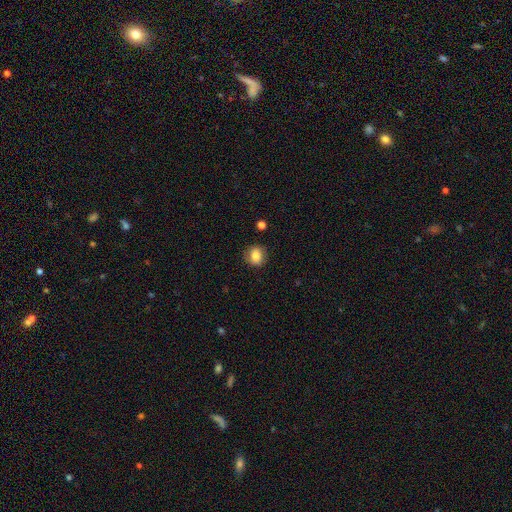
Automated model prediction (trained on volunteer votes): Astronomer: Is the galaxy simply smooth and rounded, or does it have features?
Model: smooth — 80%.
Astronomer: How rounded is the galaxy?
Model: round — 72%.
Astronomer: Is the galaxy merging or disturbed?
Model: none — 82%.